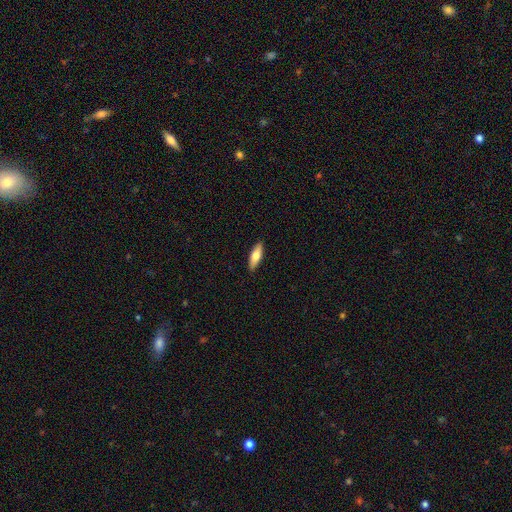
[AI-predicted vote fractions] smooth 67%, featured or disk 28%, star or artifact 5%. Down the decision tree: how rounded — in between (54%); merging — none (90%).